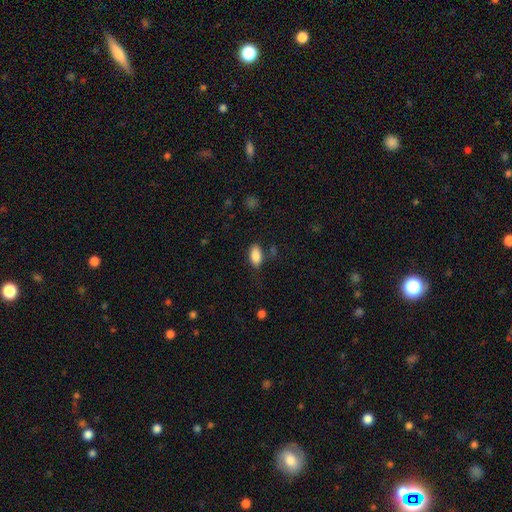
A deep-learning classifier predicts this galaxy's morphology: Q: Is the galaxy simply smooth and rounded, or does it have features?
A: smooth — 86%.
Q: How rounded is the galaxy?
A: in between — 92%.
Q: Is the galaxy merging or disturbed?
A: none — 76%.